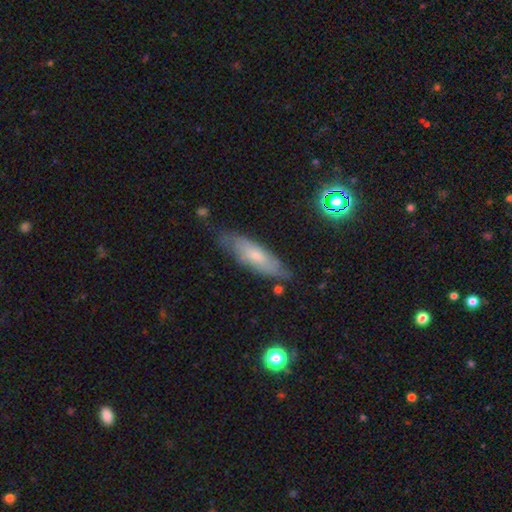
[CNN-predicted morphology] smooth 51%, featured or disk 42%, star or artifact 8%. Down the decision tree: how rounded — cigar-shaped (51%); merging — none (71%).